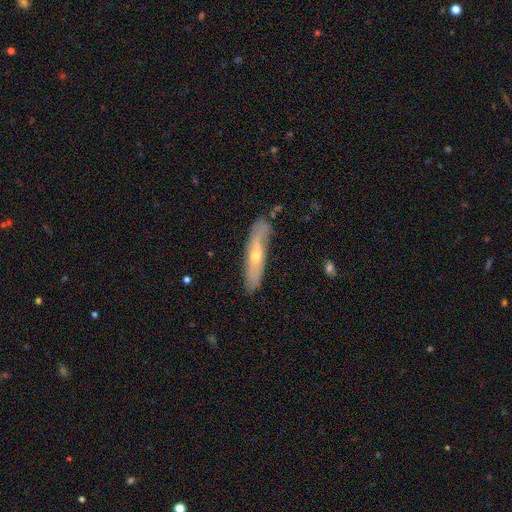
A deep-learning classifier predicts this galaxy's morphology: smooth-or-featured: featured or disk: 60% | smooth: 32% | star or artifact: 8%
  disk-edge-on: yes: 58% | no: 42%
  merging: none: 75% | minor disturbance: 19% | major disturbance: 4% | merger: 2%